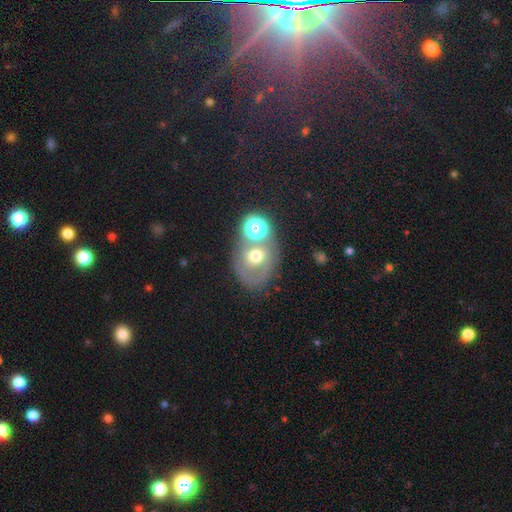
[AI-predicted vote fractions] A smooth galaxy with no disk features (44%).

Vote fractions:
- Smooth or featured? smooth: 44% / featured or disk: 39% / star or artifact: 17%
- Merging? none: 50% / merger: 25% / minor disturbance: 15% / major disturbance: 10%